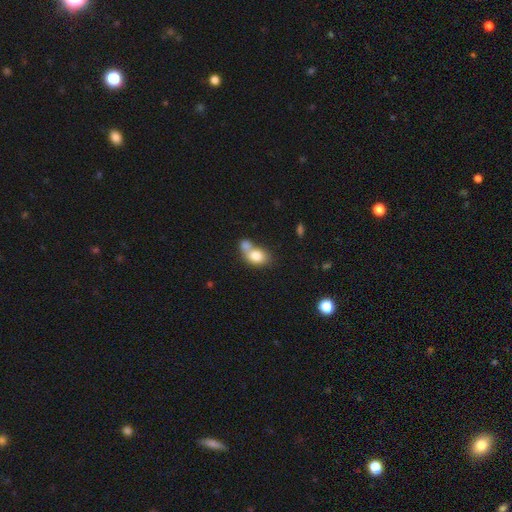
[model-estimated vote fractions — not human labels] This is likely a smooth galaxy (78%). How rounded: likely in between (66%). Merging: possibly merger (59%).